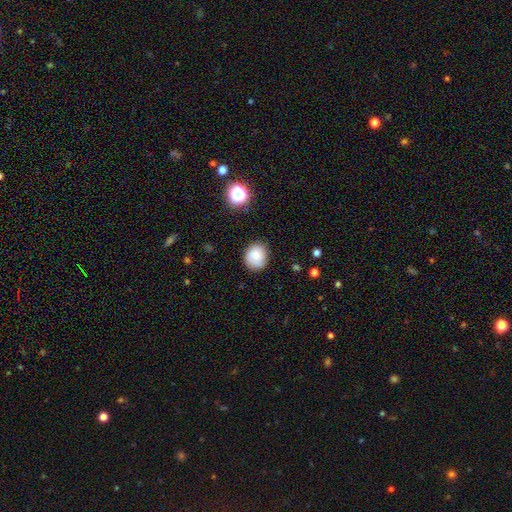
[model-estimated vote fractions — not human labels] Smooth or featured?
  - smooth: 81% *
  - star or artifact: 10%
  - featured or disk: 9%
How rounded?
  - round: 70% *
  - in between: 29%
  - cigar-shaped: 1%
Merging?
  - none: 79% *
  - minor disturbance: 16%
  - major disturbance: 3%
  - merger: 2%